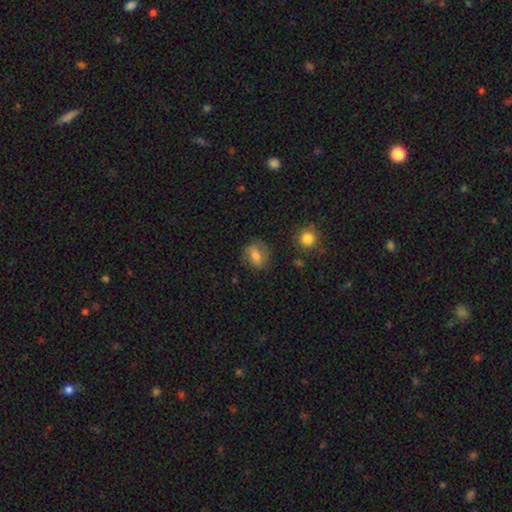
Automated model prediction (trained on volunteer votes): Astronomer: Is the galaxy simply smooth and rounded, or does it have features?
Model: smooth — 68%.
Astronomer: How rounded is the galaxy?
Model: in between — 58% (runner-up: round, 38%).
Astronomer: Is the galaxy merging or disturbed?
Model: none — 74%.